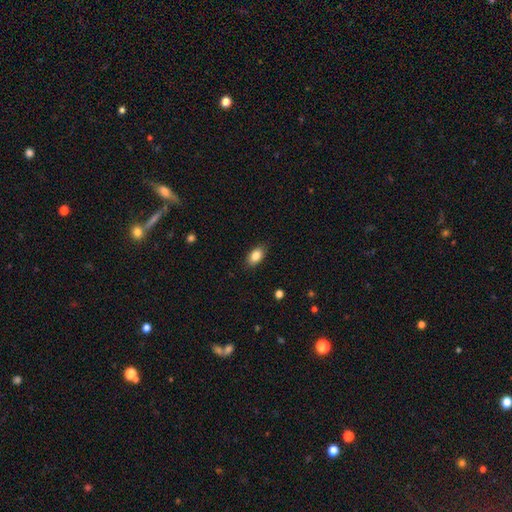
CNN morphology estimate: This is clearly a smooth galaxy (85%). How rounded: clearly in between (88%). Merging: clearly none (86%).